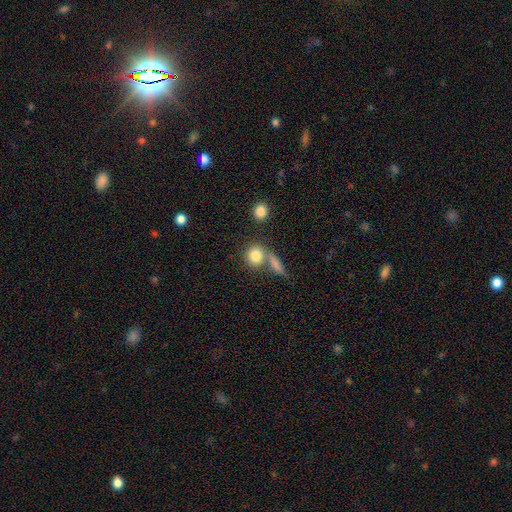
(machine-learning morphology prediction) Overall: smooth (83%). How rounded: round (76%). Merging: none (54%; merger 32%).